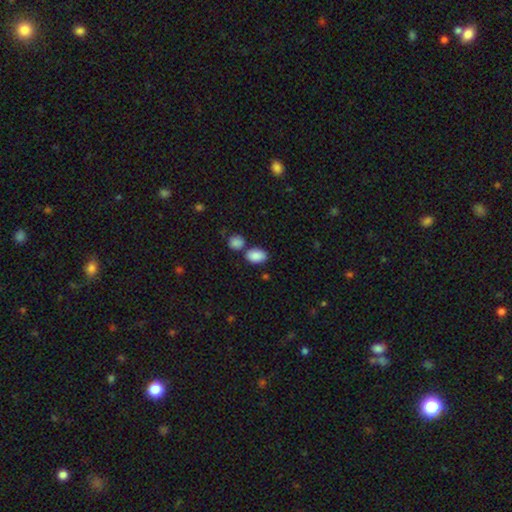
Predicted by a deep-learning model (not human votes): The model was most divided on "merging": none: 62%, merger: 22%, minor disturbance: 13%, major disturbance: 4%. More confident: smooth or featured — smooth (88%); how rounded — in between (88%).